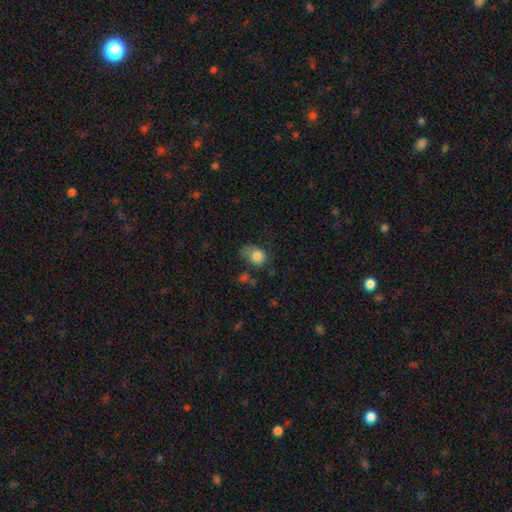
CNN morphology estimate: Smooth or featured: smooth — 79% (featured or disk — 11%)
How rounded: in between — 55% (round — 44%)
Merging: none — 35% (minor disturbance — 32%)